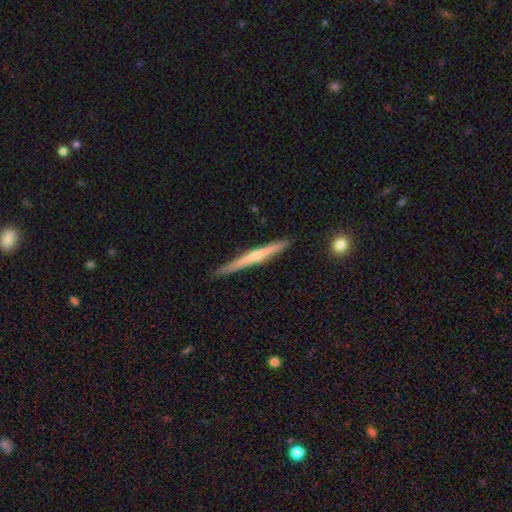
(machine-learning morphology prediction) Overall: featured or disk (61%; smooth 34%). Edge-on disk: yes (98%). Edge-on bulge: rounded (53%; none 42%). Merging: none (90%).